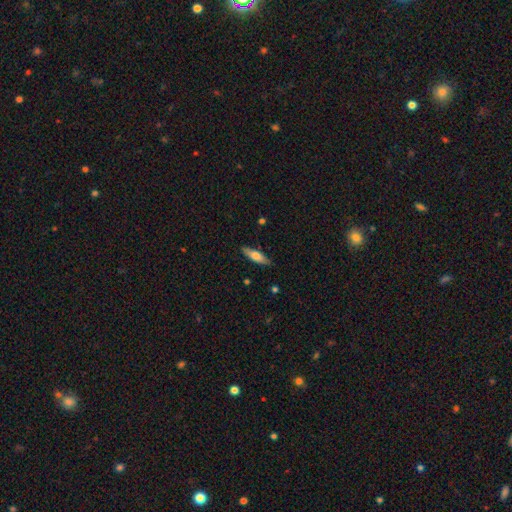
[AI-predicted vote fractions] Q: Smooth or featured?
A: smooth (64%); runner-up: featured or disk (30%)
Q: How rounded?
A: cigar-shaped (57%); runner-up: in between (41%)
Q: Merging?
A: none (86%); runner-up: minor disturbance (11%)